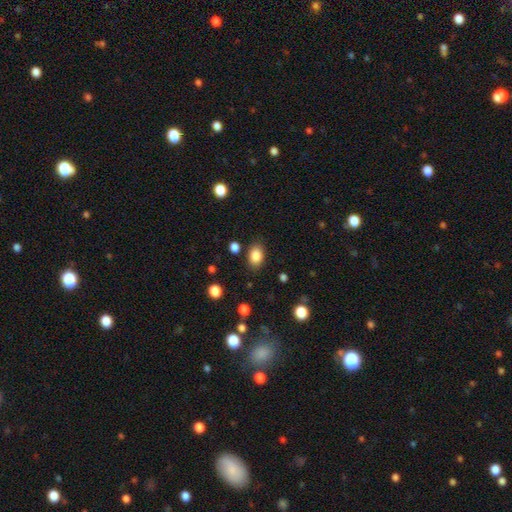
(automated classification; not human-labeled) A smooth galaxy with no disk features (86%) that is in between round and cigar-shaped (78%). Merging: none (82%).